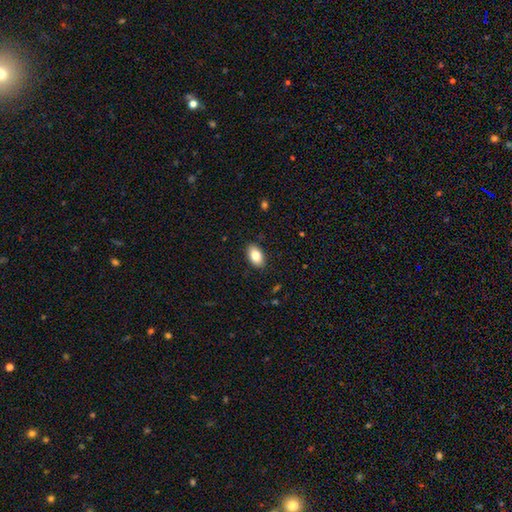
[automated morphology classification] This is clearly a smooth galaxy (83%). How rounded: clearly in between (93%). Merging: clearly none (88%).